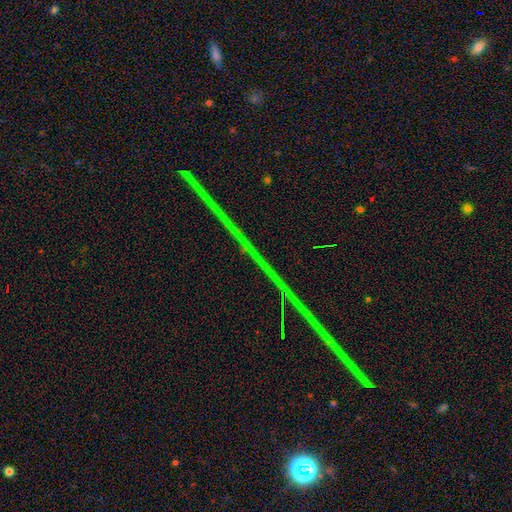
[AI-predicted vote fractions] Q: Smooth or featured?
A: star or artifact (82%); runner-up: featured or disk (12%)